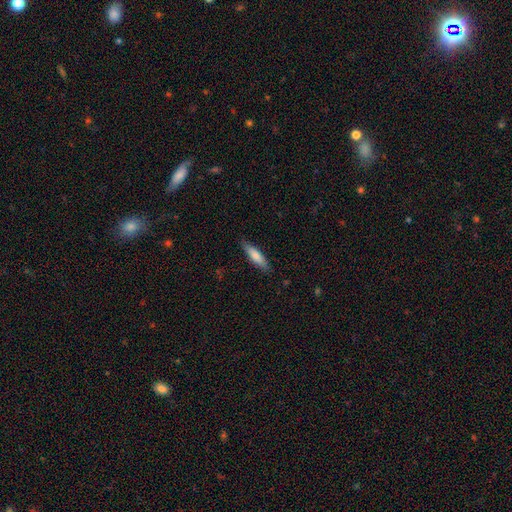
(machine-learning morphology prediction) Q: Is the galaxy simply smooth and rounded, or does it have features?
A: smooth — 74%.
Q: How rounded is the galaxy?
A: cigar-shaped — 73%.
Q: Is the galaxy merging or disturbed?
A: none — 85%.